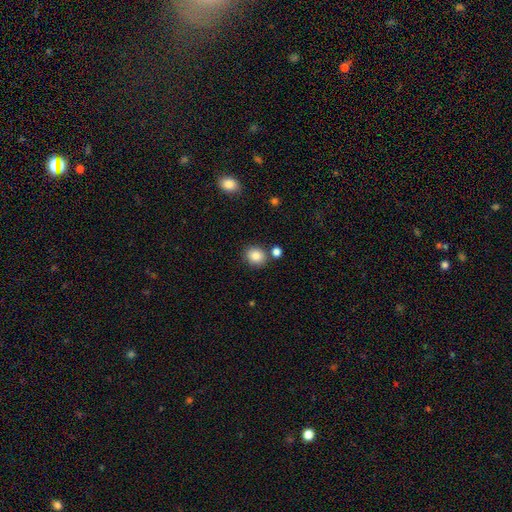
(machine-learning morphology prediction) Q: Smooth or featured?
A: smooth (85%); runner-up: star or artifact (10%)
Q: How rounded?
A: round (78%); runner-up: in between (21%)
Q: Merging?
A: none (79%); runner-up: merger (9%)